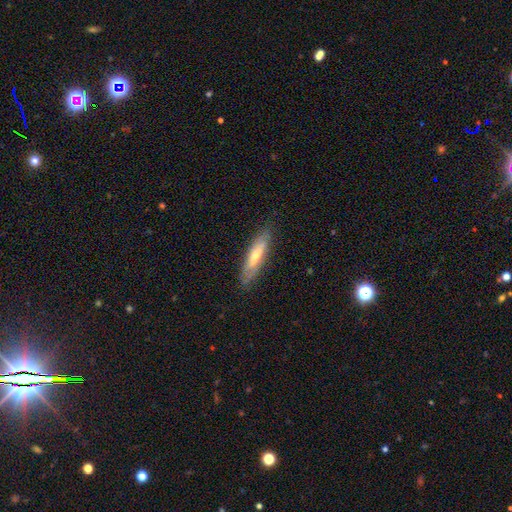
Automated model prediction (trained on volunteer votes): This is possibly a featured or disk galaxy (49%). Merging: clearly none (82%).